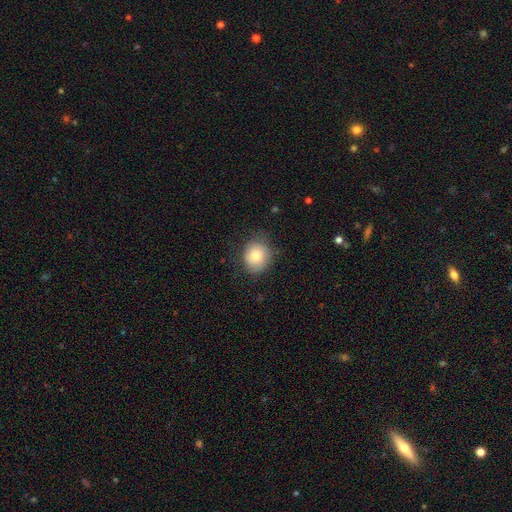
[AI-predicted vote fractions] This is clearly a smooth galaxy (81%). How rounded: likely round (75%). Merging: likely none (75%).